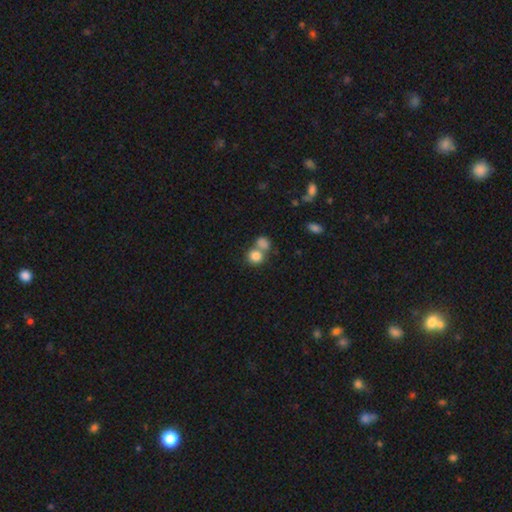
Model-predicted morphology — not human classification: This is clearly a smooth galaxy (82%). How rounded: likely round (78%). Merging: possibly merger (47%).